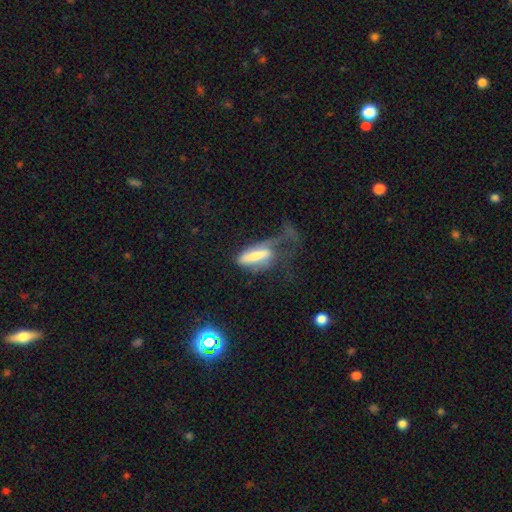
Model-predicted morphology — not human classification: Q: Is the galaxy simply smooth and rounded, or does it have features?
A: smooth — 60%.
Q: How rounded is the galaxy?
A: in between — 51%.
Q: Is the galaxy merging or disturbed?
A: major disturbance — 61%.